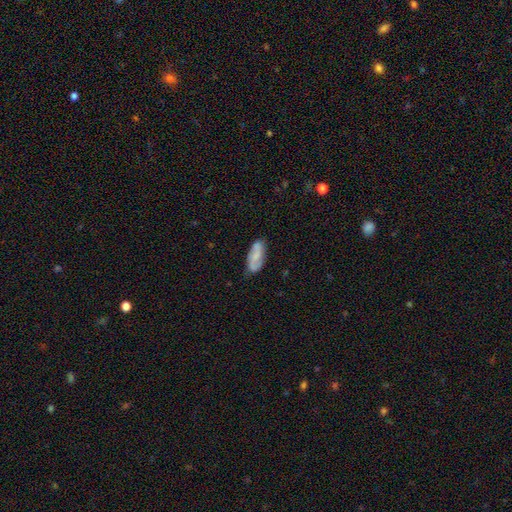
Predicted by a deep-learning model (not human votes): Smooth or featured? smooth (47%)
Merging? none (74%)